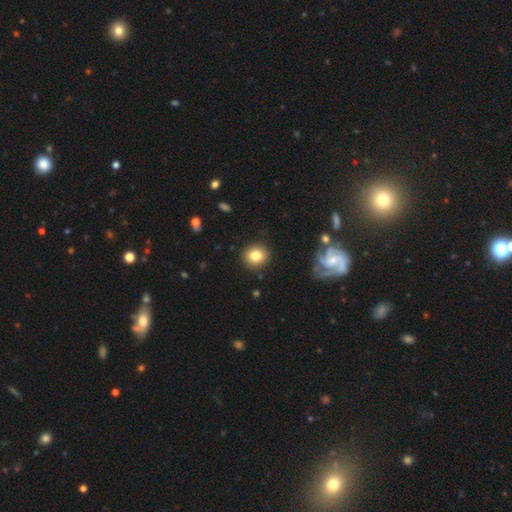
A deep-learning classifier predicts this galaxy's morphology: smooth-or-featured: smooth: 82% | star or artifact: 10% | featured or disk: 9%
  how-rounded: round: 85% | in between: 14% | cigar-shaped: 1%
  merging: none: 90% | minor disturbance: 7% | major disturbance: 2% | merger: 1%